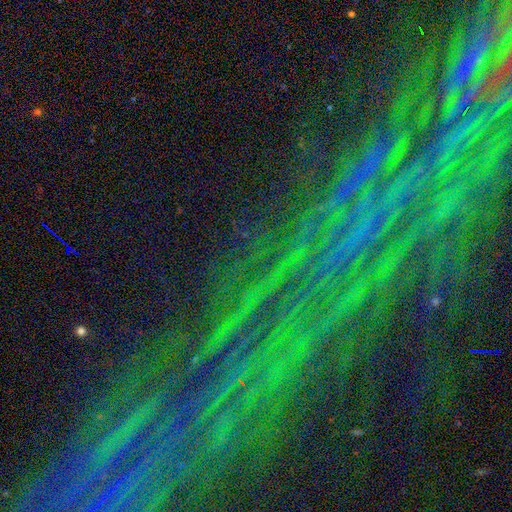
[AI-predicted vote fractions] Smooth or featured: star or artifact — 82% (featured or disk — 10%)